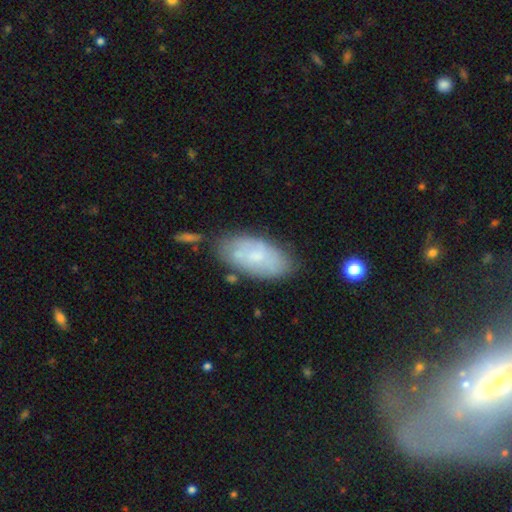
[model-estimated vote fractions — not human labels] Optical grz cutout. It shows a smooth galaxy with no disk features (56%) that is in between round and cigar-shaped (92%). Merging: none (66%).